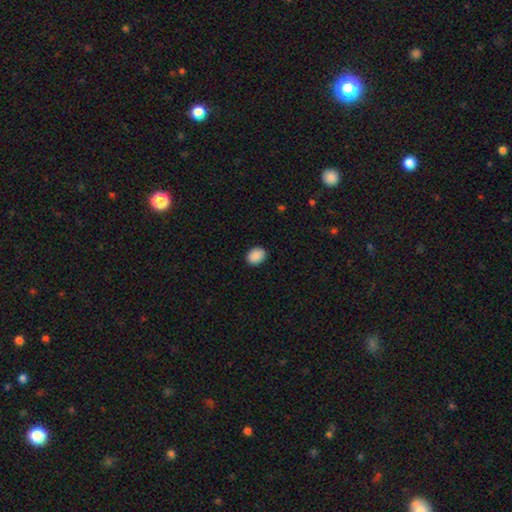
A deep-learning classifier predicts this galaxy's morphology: Smooth or featured? Predicted: smooth (p=0.90). How rounded? Predicted: in between (p=0.58). Merging? Predicted: none (p=0.90).